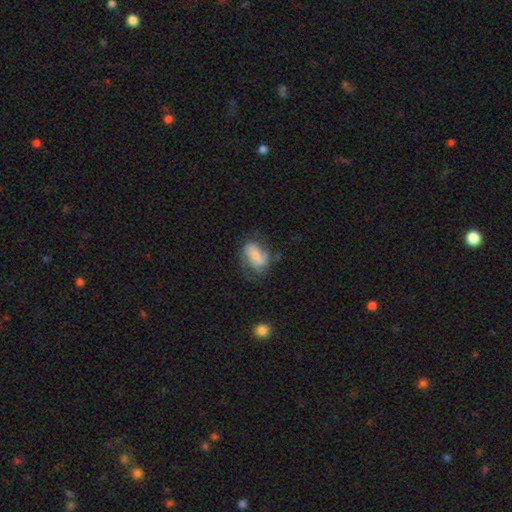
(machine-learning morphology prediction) Overall: featured or disk (48%; smooth 43%). Merging: none (46%; major disturbance 25%).